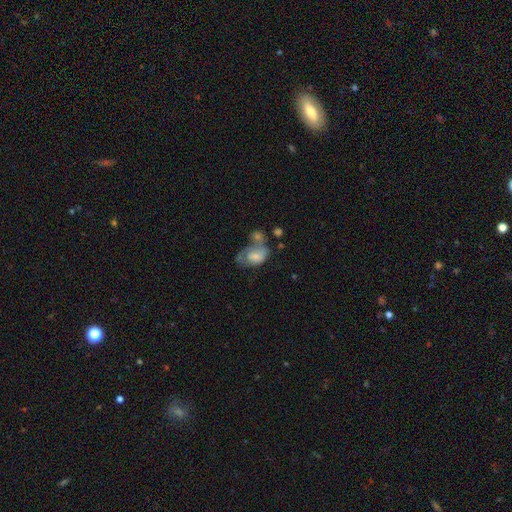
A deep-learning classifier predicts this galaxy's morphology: Smooth or featured?
  - smooth: 54% *
  - featured or disk: 38%
  - star or artifact: 8%
How rounded?
  - in between: 85% *
  - round: 14%
  - cigar-shaped: 1%
Merging?
  - merger: 35% *
  - major disturbance: 28%
  - none: 19%
  - minor disturbance: 18%